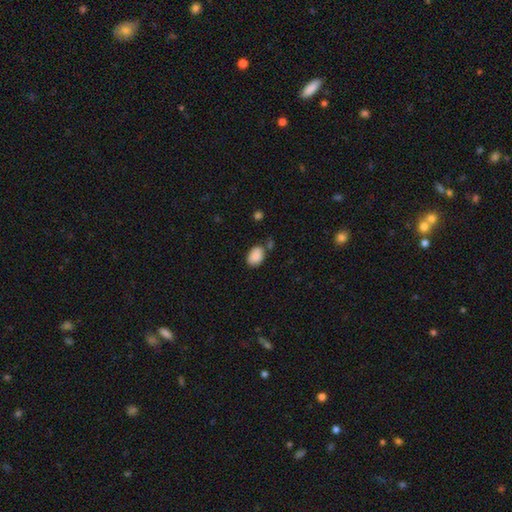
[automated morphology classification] Smooth or featured? Predicted: smooth (p=0.88). How rounded? Predicted: in between (p=0.82). Merging? Predicted: none (p=0.65).